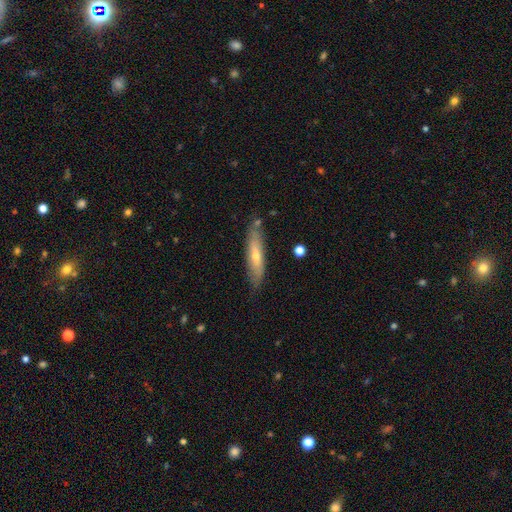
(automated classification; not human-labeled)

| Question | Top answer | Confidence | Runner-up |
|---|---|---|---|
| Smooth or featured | smooth | 51% | featured or disk (43%) |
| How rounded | cigar-shaped | 77% | in between (21%) |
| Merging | none | 79% | minor disturbance (15%) |